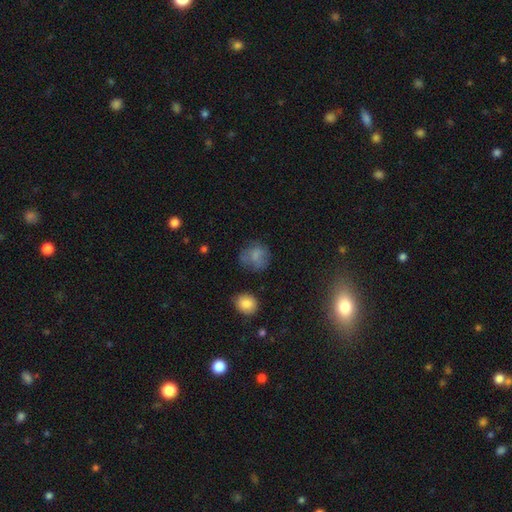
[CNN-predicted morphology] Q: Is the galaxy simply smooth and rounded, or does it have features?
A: smooth — 73%.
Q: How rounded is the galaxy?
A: round — 78%.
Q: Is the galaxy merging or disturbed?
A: none — 58%.